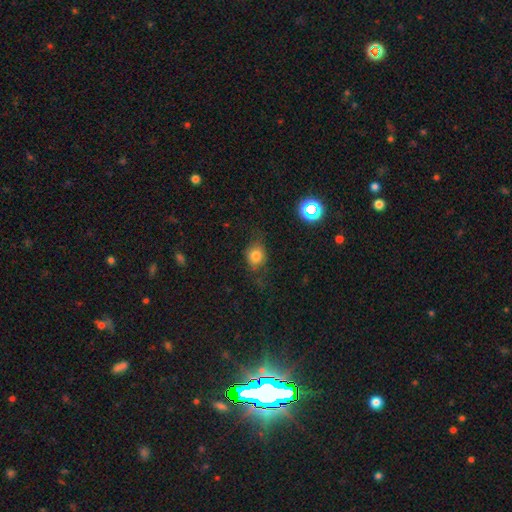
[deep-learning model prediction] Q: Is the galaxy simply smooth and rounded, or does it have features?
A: smooth — 74%.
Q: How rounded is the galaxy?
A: round — 61%.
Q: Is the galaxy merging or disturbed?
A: none — 62%.